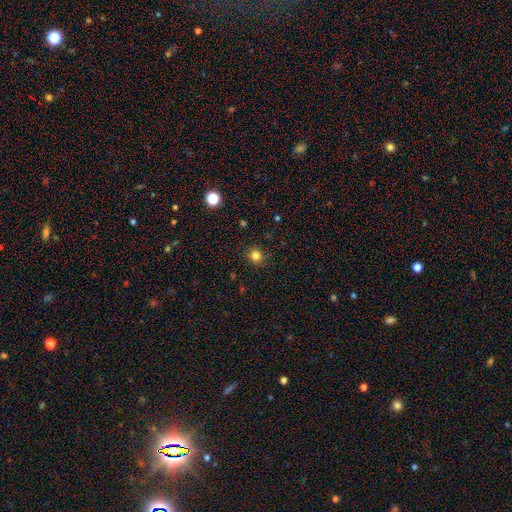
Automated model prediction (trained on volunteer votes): Smooth or featured? smooth (82%)
How rounded? round (85%)
Merging? none (87%)